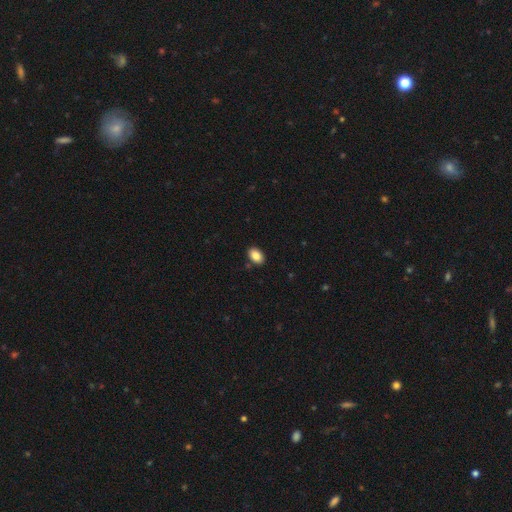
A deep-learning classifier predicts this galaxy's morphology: type=smooth (87%); roundness=in between (86%); merging=none (88%).